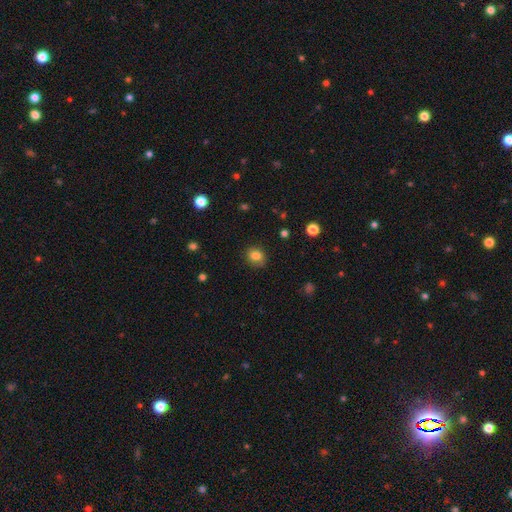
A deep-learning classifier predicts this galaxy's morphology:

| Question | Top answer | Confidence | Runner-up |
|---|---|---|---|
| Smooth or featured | smooth | 83% | star or artifact (11%) |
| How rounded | round | 68% | in between (31%) |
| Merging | none | 82% | minor disturbance (14%) |